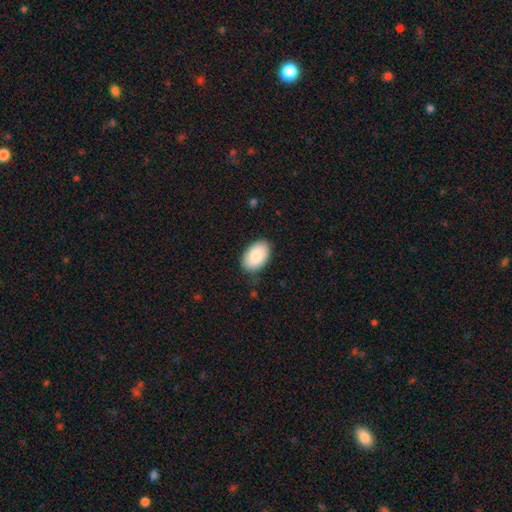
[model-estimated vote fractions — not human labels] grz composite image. It shows a smooth galaxy with no disk features (85%) that is in between round and cigar-shaped (92%). Merging: none (82%).